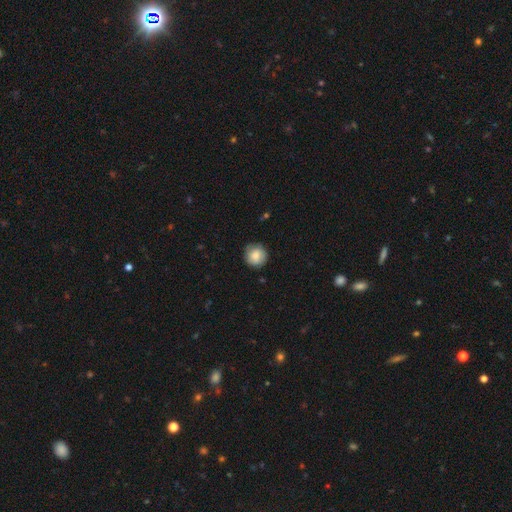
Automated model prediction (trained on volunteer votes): smooth 76%, featured or disk 17%, star or artifact 7%. Down the decision tree: how rounded — round (92%); merging — none (82%).